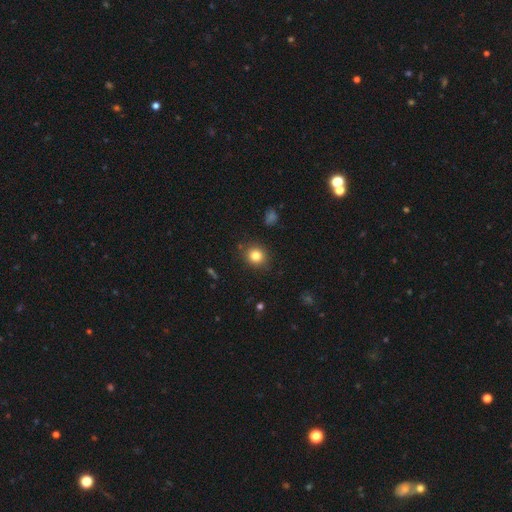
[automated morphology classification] Q: Smooth or featured?
A: smooth (83%); runner-up: star or artifact (11%)
Q: How rounded?
A: round (82%); runner-up: in between (17%)
Q: Merging?
A: none (86%); runner-up: minor disturbance (9%)